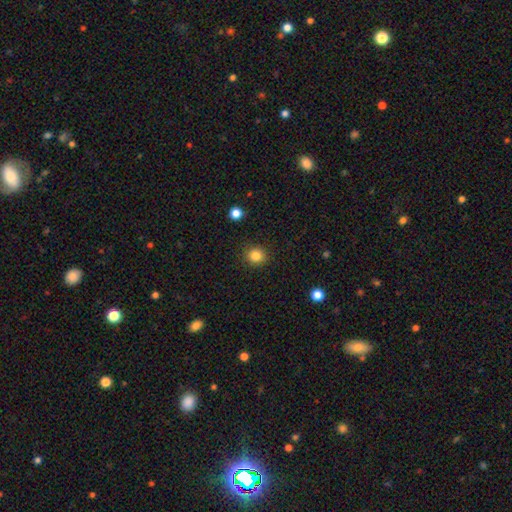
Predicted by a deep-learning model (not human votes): This appears to be a smooth galaxy with no disk features (84%) that is round (90%). Merging: none (91%).